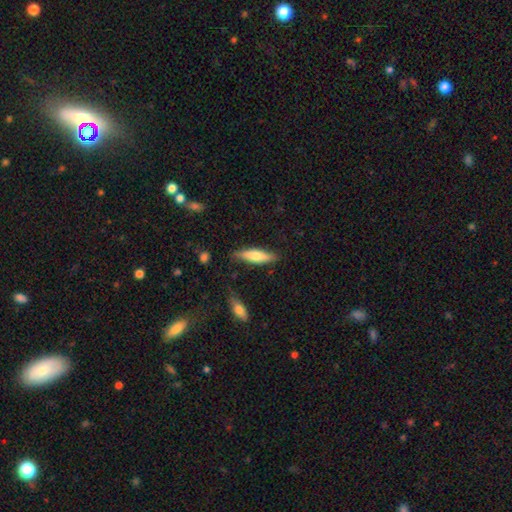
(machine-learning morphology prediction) Smooth or featured: smooth — 66% (featured or disk — 28%)
How rounded: cigar-shaped — 62% (in between — 36%)
Merging: none — 80% (minor disturbance — 14%)